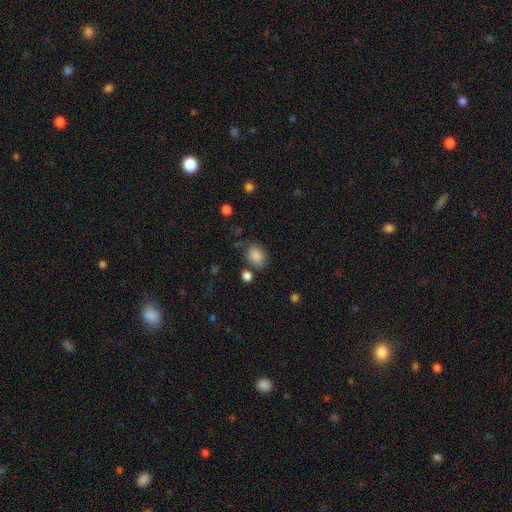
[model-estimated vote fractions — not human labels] smooth_or_featured: smooth (p=0.86) [alt: star or artifact p=0.10]
how_rounded: in between (p=0.55) [alt: round p=0.44]
merging: none (p=0.73) [alt: minor disturbance p=0.15]